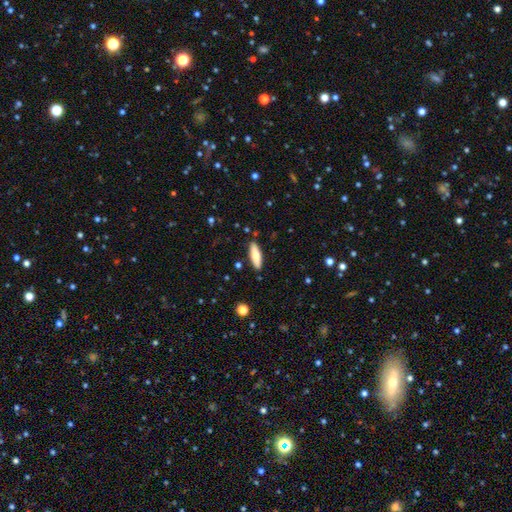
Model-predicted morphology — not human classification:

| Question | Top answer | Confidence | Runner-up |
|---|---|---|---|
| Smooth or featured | smooth | 72% | featured or disk (22%) |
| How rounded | cigar-shaped | 50% | in between (48%) |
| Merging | none | 87% | minor disturbance (9%) |